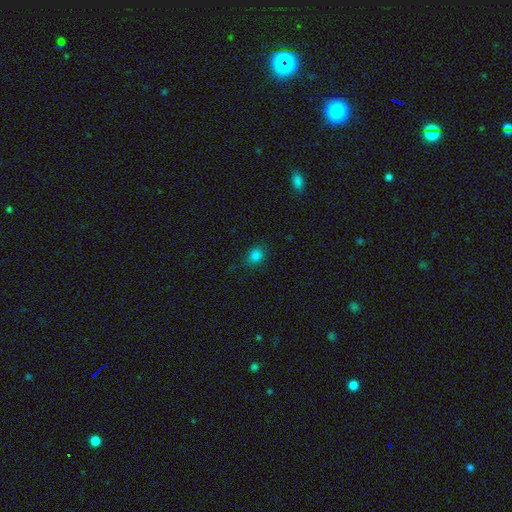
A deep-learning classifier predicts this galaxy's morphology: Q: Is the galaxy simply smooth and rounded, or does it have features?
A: smooth — 81%.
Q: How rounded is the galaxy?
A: round — 63%.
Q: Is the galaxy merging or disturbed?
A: none — 82%.